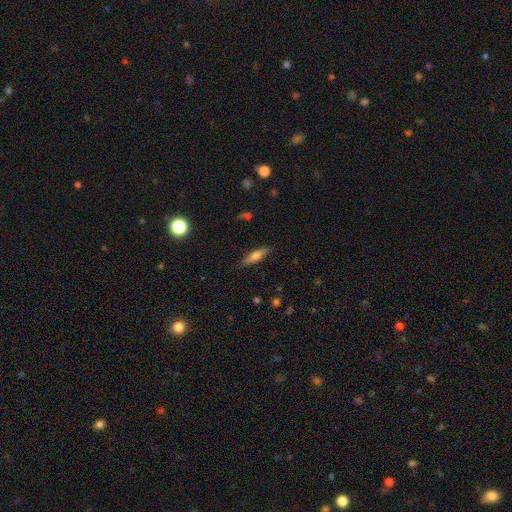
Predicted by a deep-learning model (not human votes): Q: Smooth or featured?
A: smooth (62%); runner-up: featured or disk (30%)
Q: How rounded?
A: cigar-shaped (67%); runner-up: in between (31%)
Q: Merging?
A: none (83%); runner-up: minor disturbance (13%)